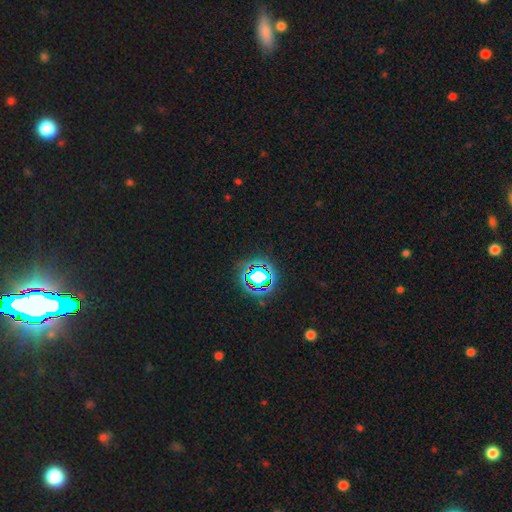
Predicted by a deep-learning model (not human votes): Smooth or featured?
  - star or artifact: 79% *
  - smooth: 13%
  - featured or disk: 8%